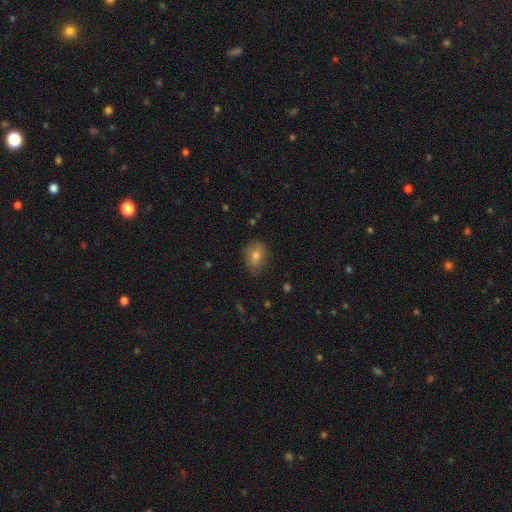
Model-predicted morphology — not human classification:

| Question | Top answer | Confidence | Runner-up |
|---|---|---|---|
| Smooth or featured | smooth | 74% | featured or disk (15%) |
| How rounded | in between | 53% | round (45%) |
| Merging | none | 77% | minor disturbance (18%) |